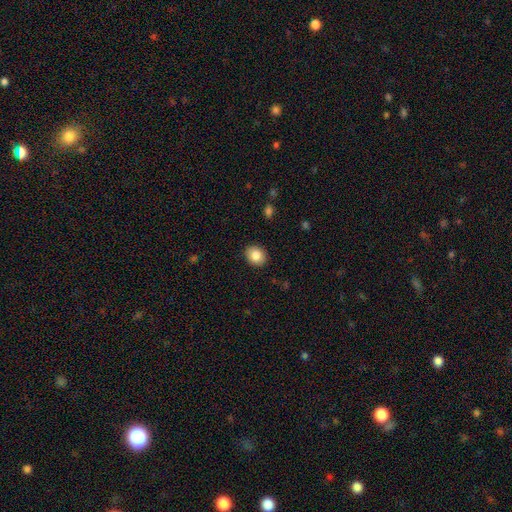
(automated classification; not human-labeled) Q: Smooth or featured?
A: smooth (84%); runner-up: star or artifact (8%)
Q: How rounded?
A: round (58%); runner-up: in between (41%)
Q: Merging?
A: none (91%); runner-up: minor disturbance (7%)